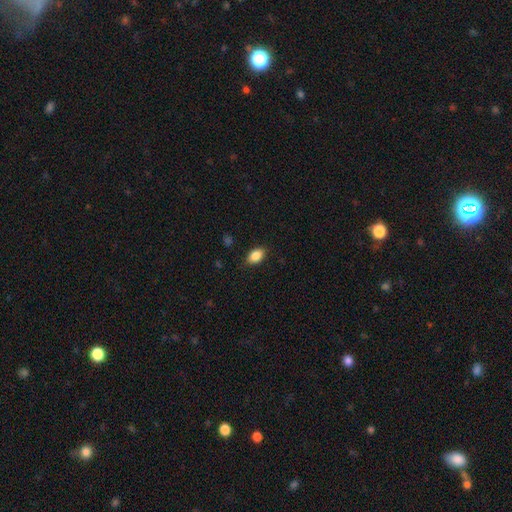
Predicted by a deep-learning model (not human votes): Overall: smooth (86%). How rounded: in between (88%). Merging: none (86%).